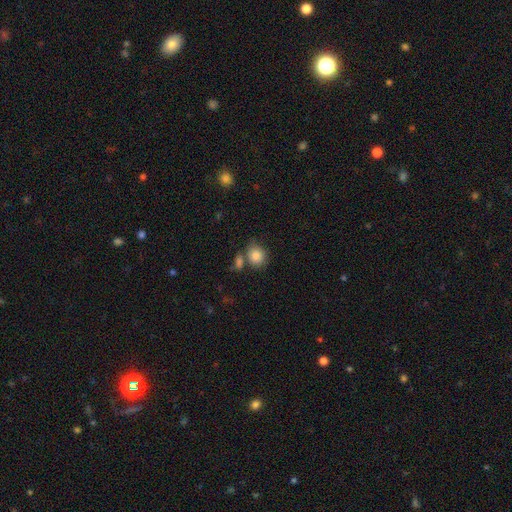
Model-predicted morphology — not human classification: Smooth or featured? Predicted: smooth (p=0.85). How rounded? Predicted: round (p=0.71). Merging? Predicted: none (p=0.58).